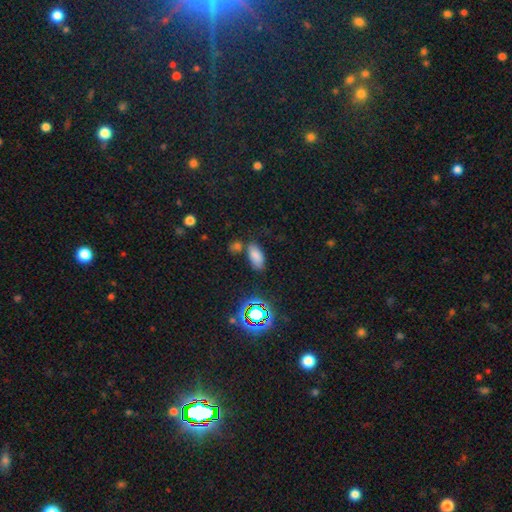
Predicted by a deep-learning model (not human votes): Smooth or featured? Predicted: smooth (p=0.75). How rounded? Predicted: in between (p=0.89). Merging? Predicted: none (p=0.66).